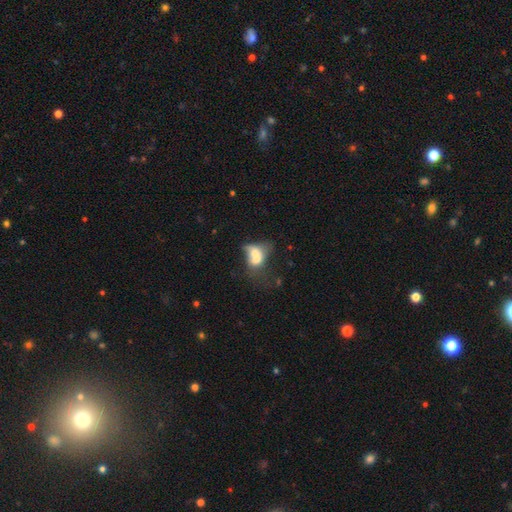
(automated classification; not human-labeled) This is possibly a smooth galaxy (58%). How rounded: likely in between (61%). Merging: likely merger (68%).